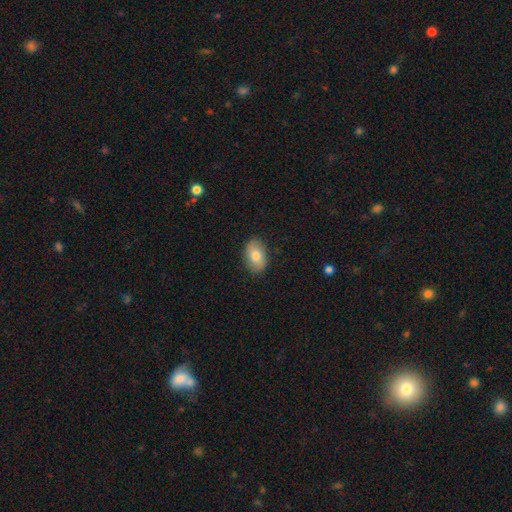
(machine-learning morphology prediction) Smooth or featured?
  - smooth: 78% *
  - featured or disk: 15%
  - star or artifact: 7%
How rounded?
  - in between: 89% *
  - round: 10%
  - cigar-shaped: 1%
Merging?
  - none: 87% *
  - minor disturbance: 10%
  - major disturbance: 2%
  - merger: 1%